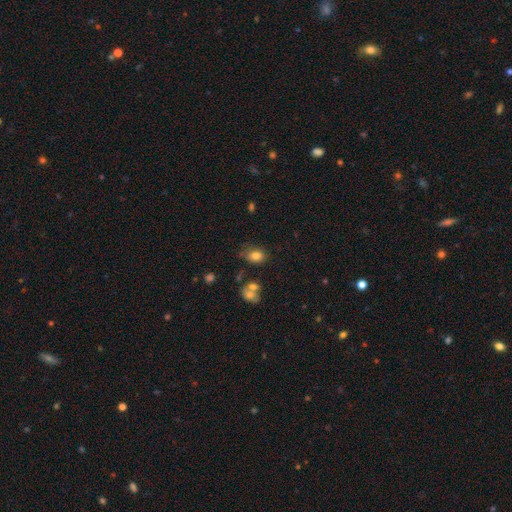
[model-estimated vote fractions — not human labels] A smooth galaxy with no disk features (80%) that is in between round and cigar-shaped (78%).

Vote fractions:
- Smooth or featured? smooth: 80% / star or artifact: 11% / featured or disk: 10%
- How rounded? in between: 78% / round: 21% / cigar-shaped: 1%
- Merging? none: 63% / minor disturbance: 22% / merger: 8% / major disturbance: 7%